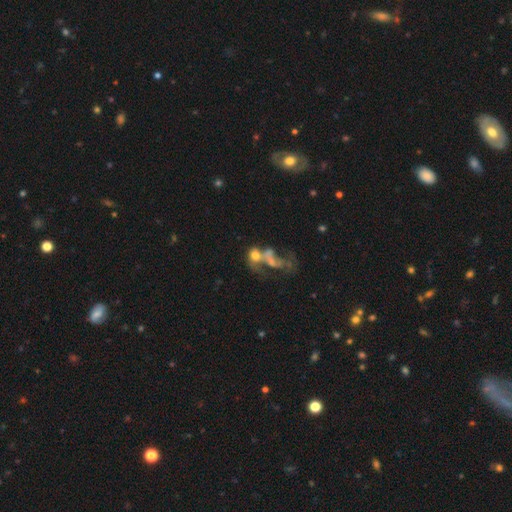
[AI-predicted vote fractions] This appears to be a smooth galaxy with no disk features (46%). Merging: merger (51%).